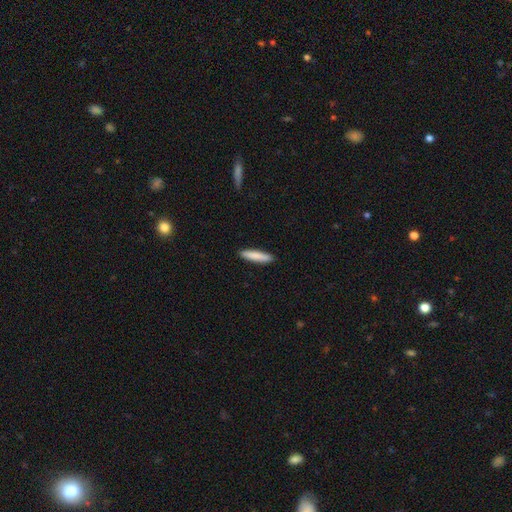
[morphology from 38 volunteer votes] smooth 97%, featured or disk 3%, star or artifact 0%. Down the decision tree: how rounded — cigar-shaped (76%); merging — none (95%).